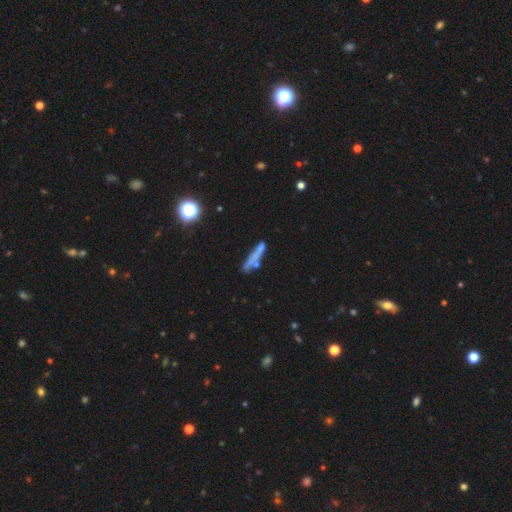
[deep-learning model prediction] smooth 58%, featured or disk 29%, star or artifact 13%. Down the decision tree: how rounded — cigar-shaped (89%); merging — none (60%).